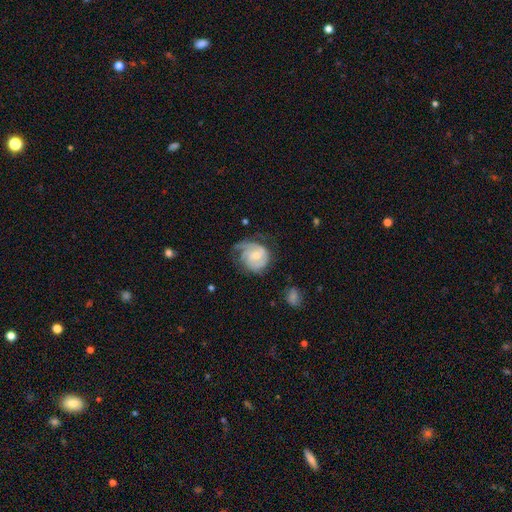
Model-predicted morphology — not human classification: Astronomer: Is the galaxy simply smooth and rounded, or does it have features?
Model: featured or disk — 78%.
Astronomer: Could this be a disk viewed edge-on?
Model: no — 98%.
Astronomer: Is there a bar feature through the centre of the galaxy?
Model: no — 60%.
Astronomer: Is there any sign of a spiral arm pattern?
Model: yes — 94%.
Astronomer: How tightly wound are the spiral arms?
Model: tight — 53% (runner-up: medium, 35%).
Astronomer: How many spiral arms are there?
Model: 2 — 35% (runner-up: 1, 20%).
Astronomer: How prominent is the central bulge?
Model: small — 49% (runner-up: moderate, 45%).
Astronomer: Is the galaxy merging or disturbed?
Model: none — 52%.